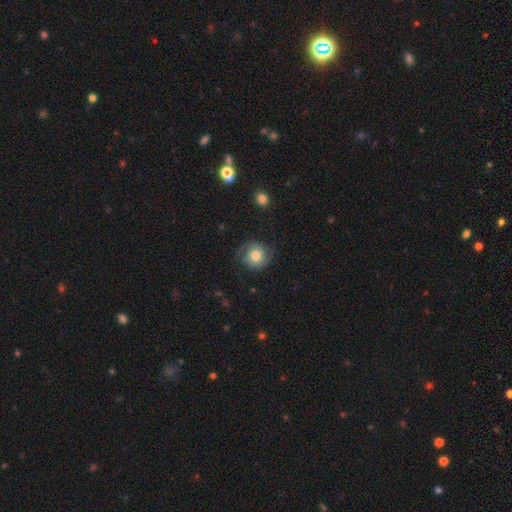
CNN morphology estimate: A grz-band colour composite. It shows a smooth galaxy with no disk features (62%) that is round (85%). Merging: none (65%).